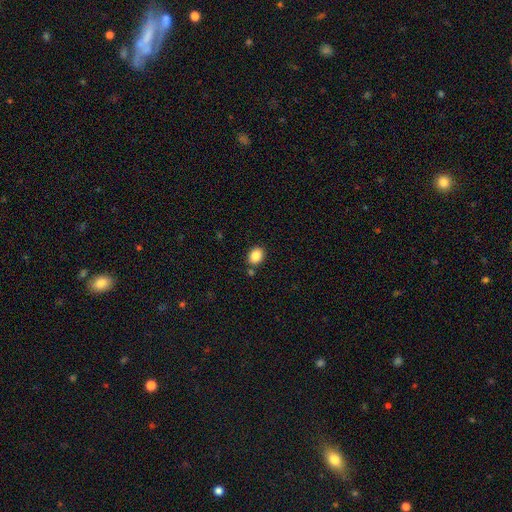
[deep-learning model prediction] Smooth or featured? Predicted: smooth (p=0.87). How rounded? Predicted: in between (p=0.61). Merging? Predicted: none (p=0.80).